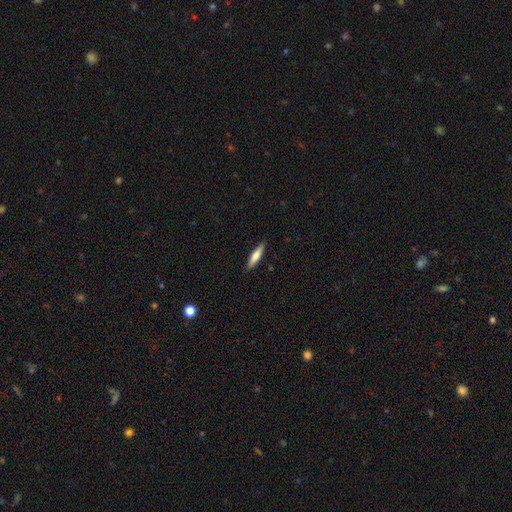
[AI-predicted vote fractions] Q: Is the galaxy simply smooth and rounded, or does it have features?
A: smooth — 66%.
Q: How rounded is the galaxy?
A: cigar-shaped — 78%.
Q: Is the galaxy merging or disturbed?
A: none — 88%.